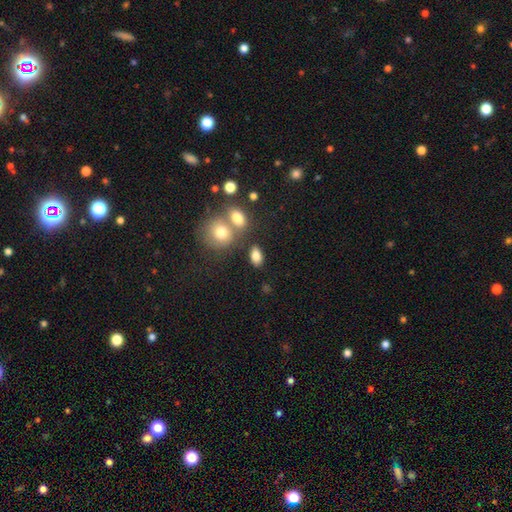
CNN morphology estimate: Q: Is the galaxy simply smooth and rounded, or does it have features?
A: smooth — 82%.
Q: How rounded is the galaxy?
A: in between — 85%.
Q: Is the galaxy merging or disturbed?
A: none — 69%.